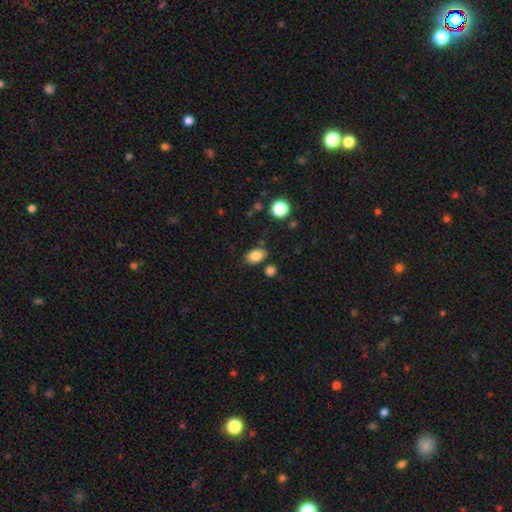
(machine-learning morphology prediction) Q: Smooth or featured?
A: smooth (85%); runner-up: star or artifact (10%)
Q: How rounded?
A: in between (81%); runner-up: round (17%)
Q: Merging?
A: none (80%); runner-up: minor disturbance (12%)